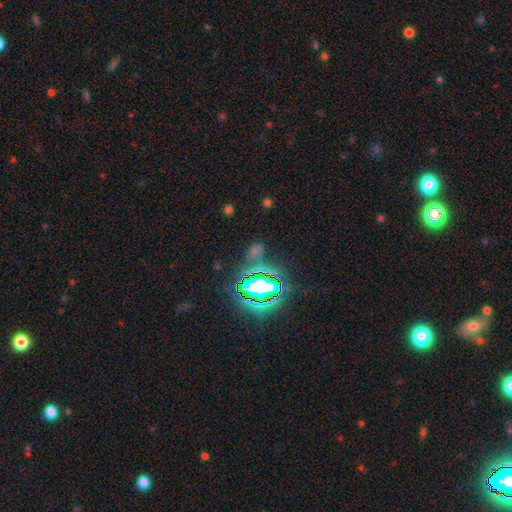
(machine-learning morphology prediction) Smooth or featured: star or artifact — 64% (smooth — 26%)